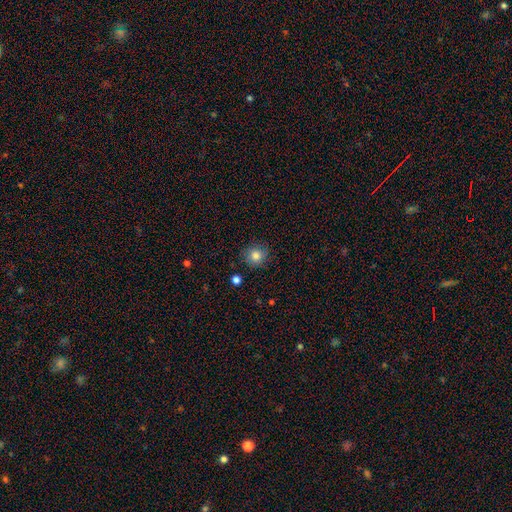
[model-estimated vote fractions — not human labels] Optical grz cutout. It shows a smooth galaxy with no disk features (83%) that is round (90%). Merging: none (86%).